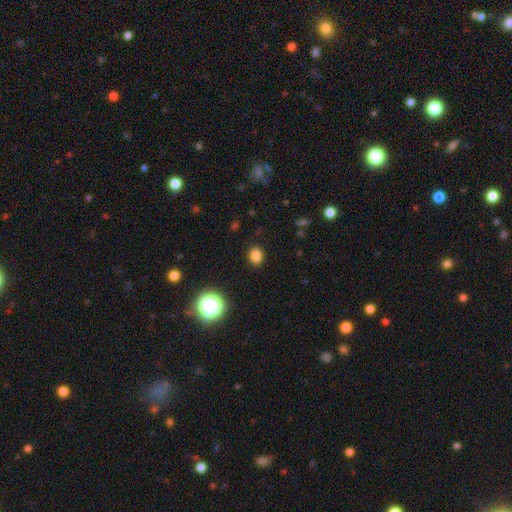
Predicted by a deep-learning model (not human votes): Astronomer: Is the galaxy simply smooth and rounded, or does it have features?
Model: smooth — 81%.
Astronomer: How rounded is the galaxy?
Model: round — 60% (runner-up: in between, 39%).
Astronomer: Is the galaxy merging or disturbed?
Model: none — 89%.